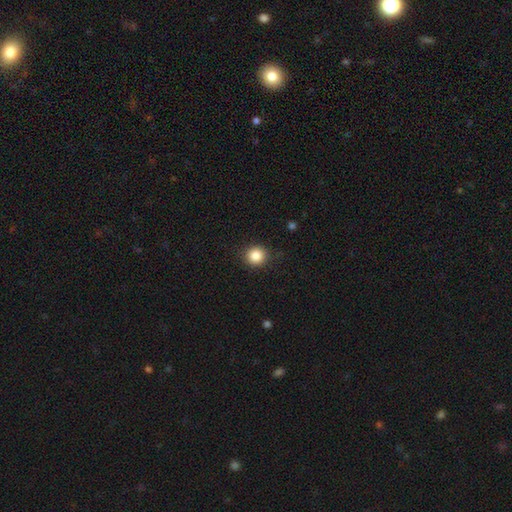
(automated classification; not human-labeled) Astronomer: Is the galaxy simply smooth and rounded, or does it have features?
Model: smooth — 86%.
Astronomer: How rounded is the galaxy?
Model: round — 89%.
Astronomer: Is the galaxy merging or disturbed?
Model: none — 88%.